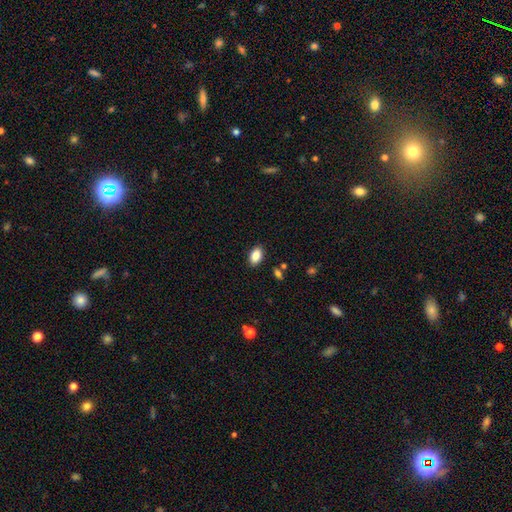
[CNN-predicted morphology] Q: Smooth or featured?
A: smooth (87%); runner-up: star or artifact (8%)
Q: How rounded?
A: in between (91%); runner-up: round (6%)
Q: Merging?
A: none (88%); runner-up: minor disturbance (9%)